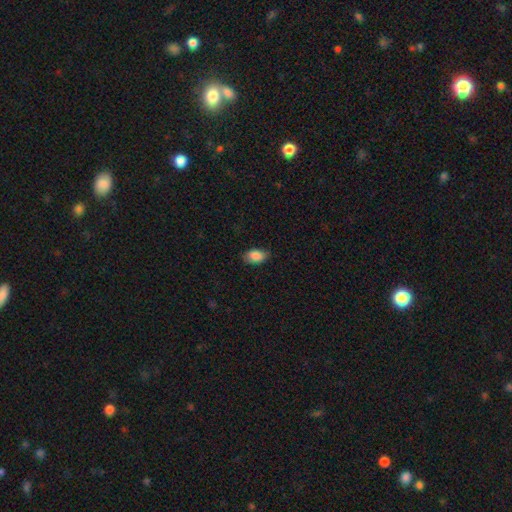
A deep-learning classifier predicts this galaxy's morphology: smooth_or_featured: smooth (p=0.88) [alt: star or artifact p=0.07]
how_rounded: in between (p=0.92) [alt: round p=0.07]
merging: none (p=0.83) [alt: minor disturbance p=0.13]